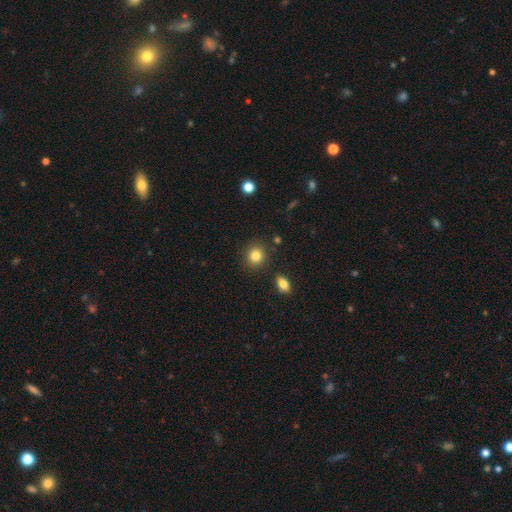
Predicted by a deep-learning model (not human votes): smooth_or_featured: smooth (p=0.84) [alt: star or artifact p=0.10]
how_rounded: round (p=0.82) [alt: in between p=0.17]
merging: none (p=0.87) [alt: minor disturbance p=0.07]